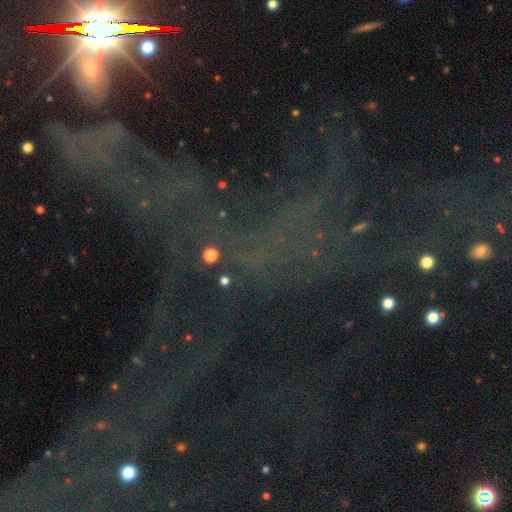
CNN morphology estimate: This is likely a star or artifact rather than a galaxy (77%).